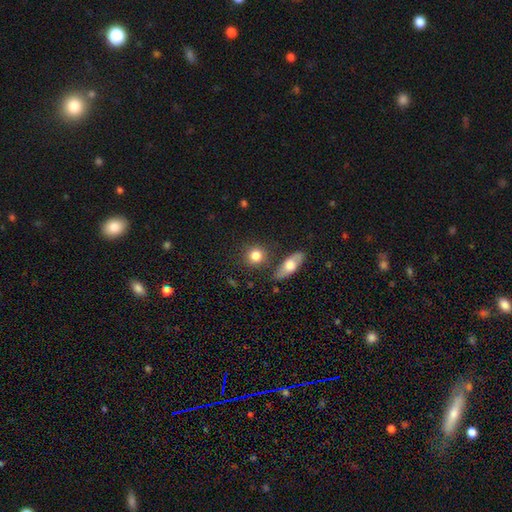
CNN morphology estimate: Overall: smooth (82%). How rounded: round (81%). Merging: none (78%).